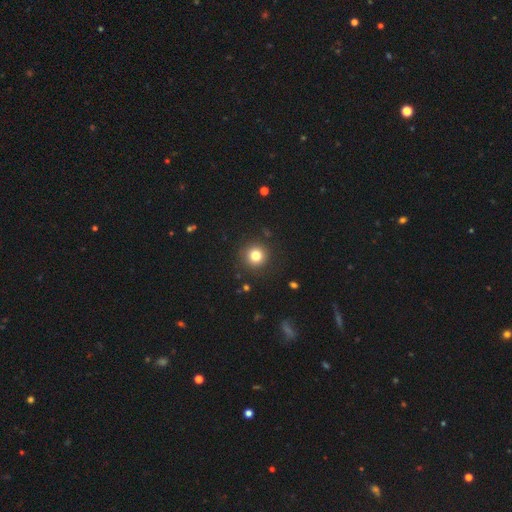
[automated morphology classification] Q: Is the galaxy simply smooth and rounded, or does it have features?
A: smooth — 80%.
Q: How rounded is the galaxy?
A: round — 95%.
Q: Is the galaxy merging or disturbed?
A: none — 90%.